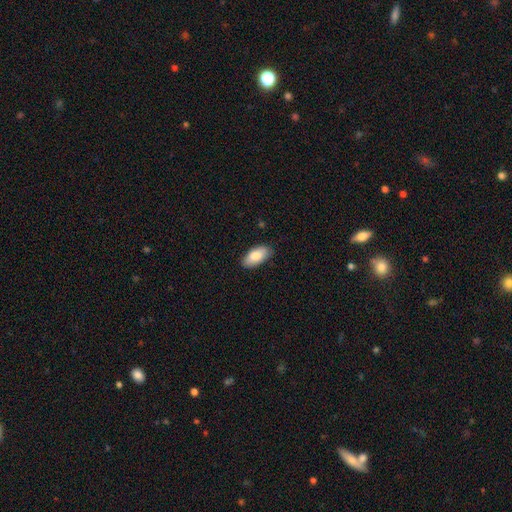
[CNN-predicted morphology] A smooth galaxy with no disk features (84%) that is in between round and cigar-shaped (92%).

Vote fractions:
- Smooth or featured? smooth: 84% / featured or disk: 10% / star or artifact: 6%
- How rounded? in between: 92% / cigar-shaped: 6% / round: 2%
- Merging? none: 86% / minor disturbance: 11% / major disturbance: 2% / merger: 1%